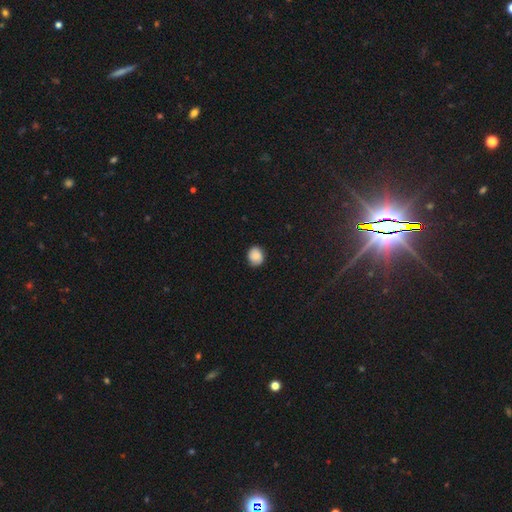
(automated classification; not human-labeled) smooth 83%, star or artifact 9%, featured or disk 8%. Down the decision tree: how rounded — round (70%); merging — none (82%).